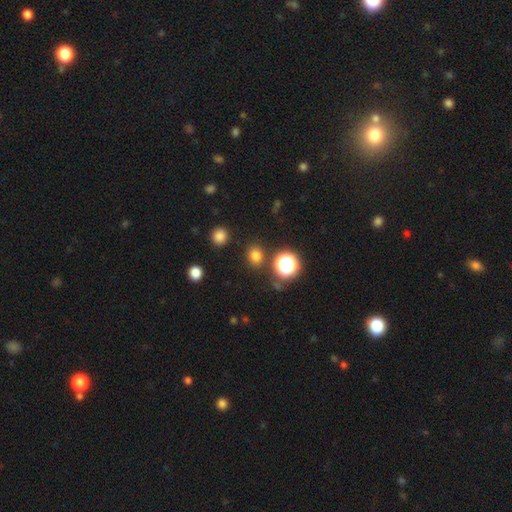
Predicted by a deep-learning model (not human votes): Smooth or featured?
  - smooth: 75% *
  - star or artifact: 20%
  - featured or disk: 5%
How rounded?
  - round: 74% *
  - in between: 25%
  - cigar-shaped: 1%
Merging?
  - none: 85% *
  - minor disturbance: 8%
  - merger: 4%
  - major disturbance: 3%